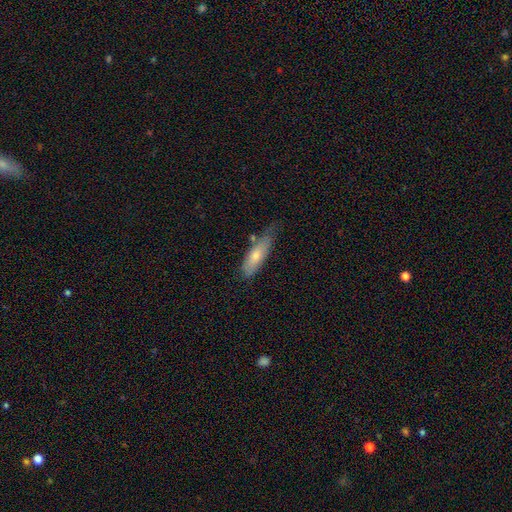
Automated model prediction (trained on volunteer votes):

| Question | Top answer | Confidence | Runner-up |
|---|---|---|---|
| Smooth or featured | smooth | 68% | featured or disk (26%) |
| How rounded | in between | 50% | cigar-shaped (48%) |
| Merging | none | 55% | minor disturbance (32%) |